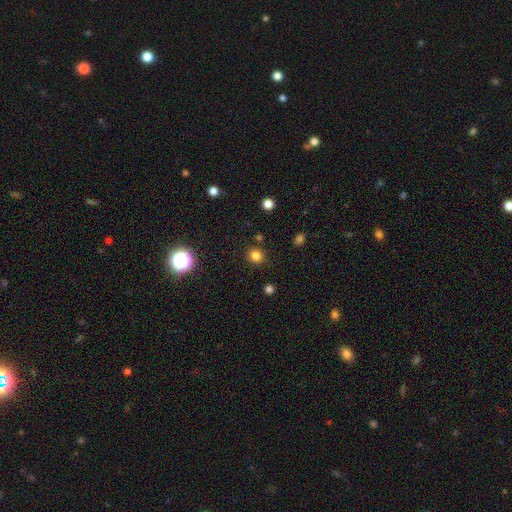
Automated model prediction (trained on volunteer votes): A smooth galaxy with no disk features (80%) that is round (86%).

Vote fractions:
- Smooth or featured? smooth: 80% / star or artifact: 15% / featured or disk: 5%
- How rounded? round: 86% / in between: 13% / cigar-shaped: 1%
- Merging? none: 88% / minor disturbance: 7% / merger: 3% / major disturbance: 3%